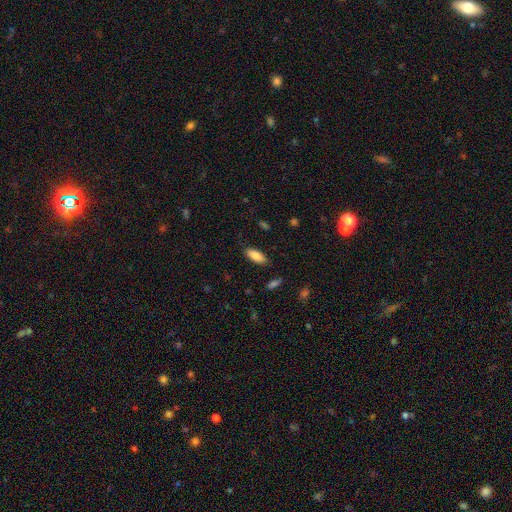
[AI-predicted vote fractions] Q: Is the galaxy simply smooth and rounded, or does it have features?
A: smooth — 85%.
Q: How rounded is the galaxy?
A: in between — 79%.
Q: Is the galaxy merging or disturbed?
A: none — 84%.